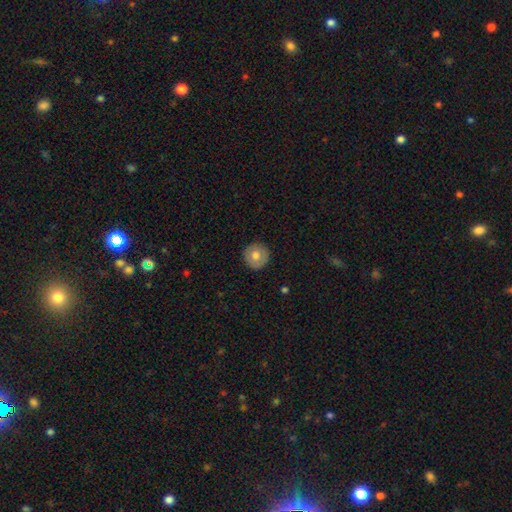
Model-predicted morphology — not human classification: Smooth or featured? smooth (69%)
How rounded? round (94%)
Merging? none (89%)